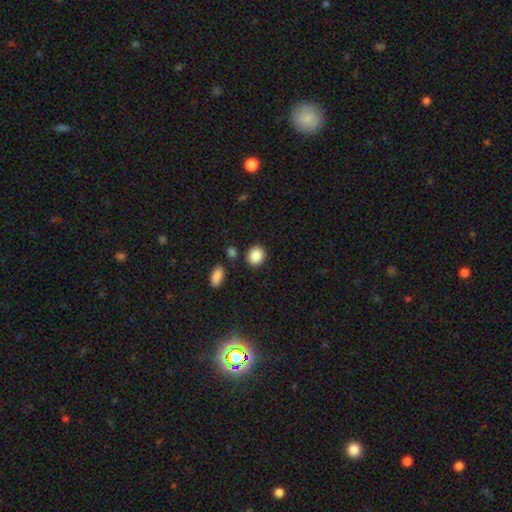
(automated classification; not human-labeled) A smooth galaxy with no disk features (87%) that is round (74%).

Vote fractions:
- Smooth or featured? smooth: 87% / star or artifact: 8% / featured or disk: 5%
- How rounded? round: 74% / in between: 24% / cigar-shaped: 1%
- Merging? none: 84% / minor disturbance: 8% / merger: 5% / major disturbance: 3%